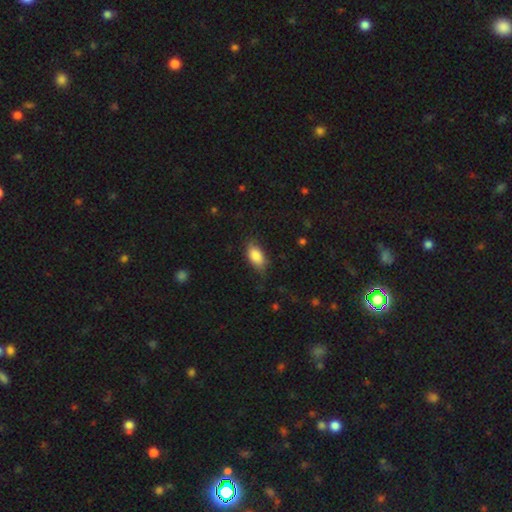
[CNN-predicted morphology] type=smooth (84%); roundness=in between (90%); merging=none (68%).